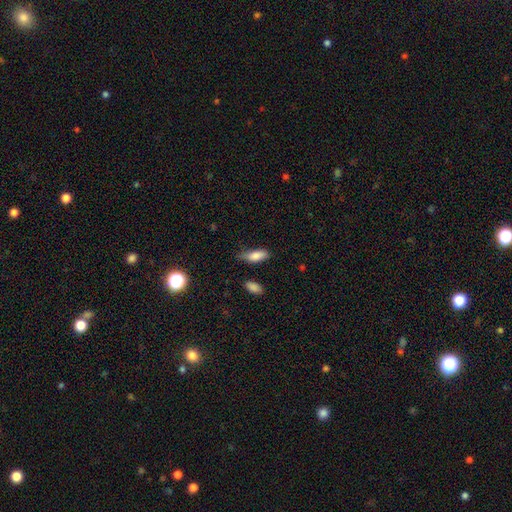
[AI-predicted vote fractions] smooth-or-featured: smooth: 84% | featured or disk: 9% | star or artifact: 7%
  how-rounded: in between: 76% | cigar-shaped: 22% | round: 2%
  merging: none: 64% | minor disturbance: 28% | major disturbance: 5% | merger: 3%